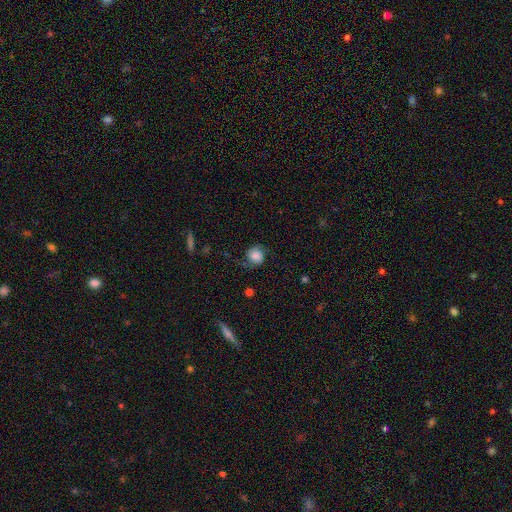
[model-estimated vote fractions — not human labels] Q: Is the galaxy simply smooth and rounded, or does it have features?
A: smooth — 46%.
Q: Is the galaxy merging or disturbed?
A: none — 69%.